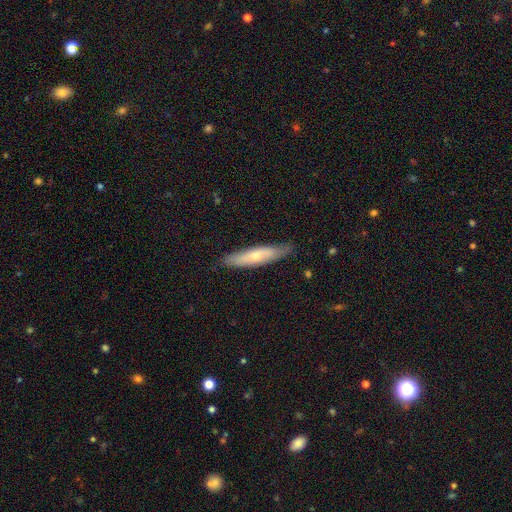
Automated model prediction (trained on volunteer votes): A smooth galaxy with no disk features (55%) that is cigar-shaped (80%). Merging: none (82%).